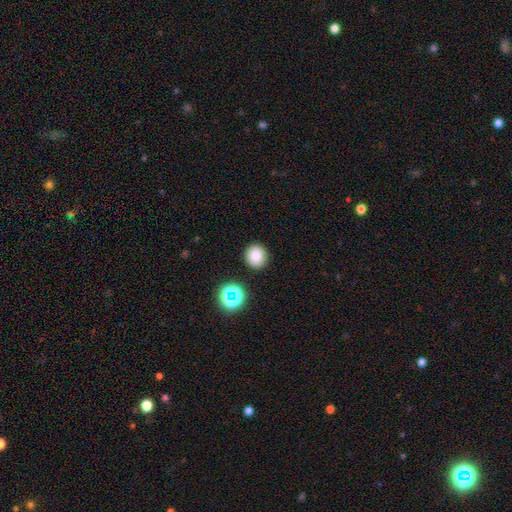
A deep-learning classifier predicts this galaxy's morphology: This appears to be a smooth galaxy with no disk features (80%) that is round (81%). Merging: none (88%).